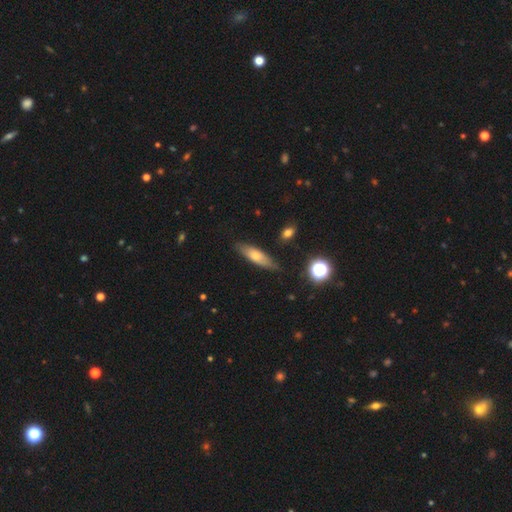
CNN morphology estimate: This is likely a smooth galaxy (62%). How rounded: possibly cigar-shaped (58%). Merging: clearly none (80%).